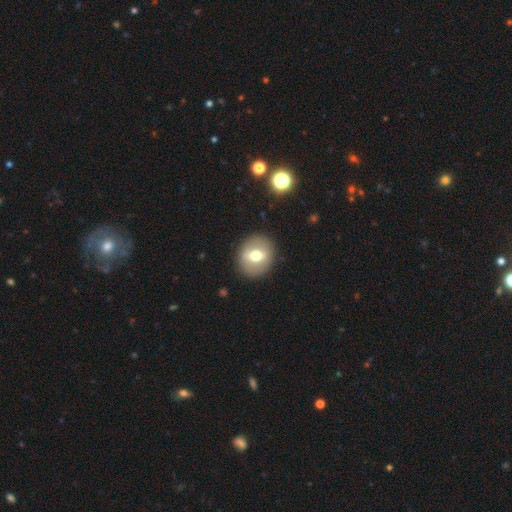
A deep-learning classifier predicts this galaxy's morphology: Smooth or featured?
  - smooth: 56% *
  - featured or disk: 34%
  - star or artifact: 9%
How rounded?
  - round: 74% *
  - in between: 25%
  - cigar-shaped: 1%
Merging?
  - none: 88% *
  - minor disturbance: 8%
  - major disturbance: 3%
  - merger: 1%